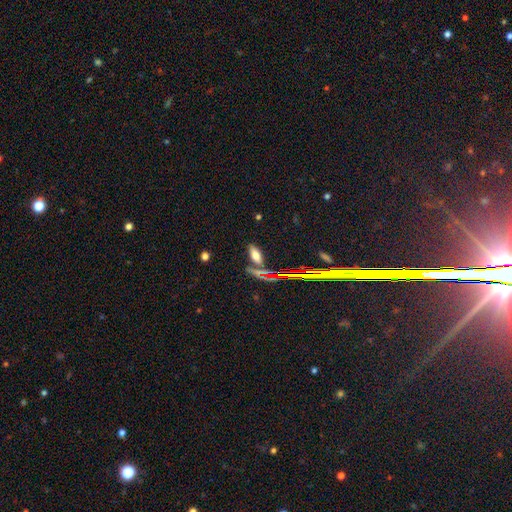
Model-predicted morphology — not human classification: A smooth galaxy with no disk features (68%) that is in between round and cigar-shaped (79%).

Vote fractions:
- Smooth or featured? smooth: 68% / featured or disk: 16% / star or artifact: 15%
- How rounded? in between: 79% / cigar-shaped: 17% / round: 4%
- Merging? none: 67% / minor disturbance: 14% / merger: 13% / major disturbance: 5%